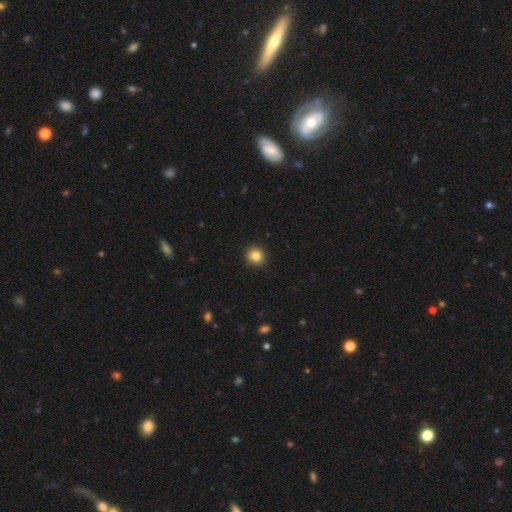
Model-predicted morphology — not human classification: This is clearly a smooth galaxy (84%). How rounded: clearly round (88%). Merging: clearly none (90%).